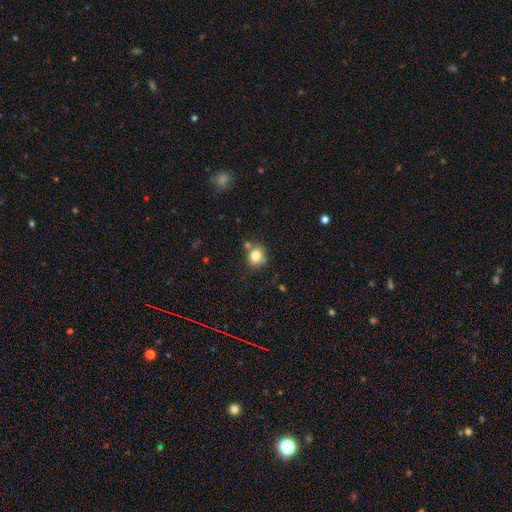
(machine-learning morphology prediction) type=smooth (80%); roundness=round (77%); merging=none (62%).